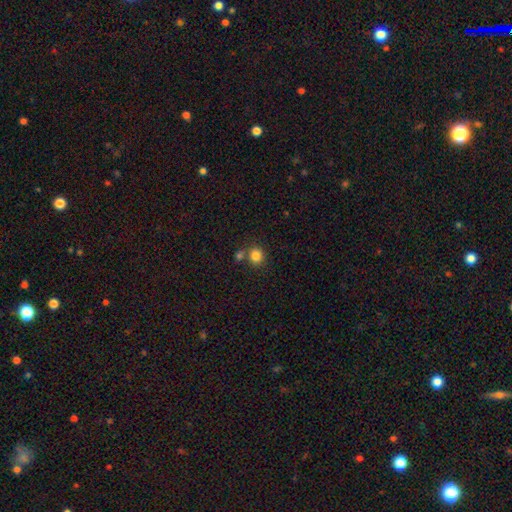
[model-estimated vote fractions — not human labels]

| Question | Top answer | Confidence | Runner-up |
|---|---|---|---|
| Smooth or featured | smooth | 83% | star or artifact (11%) |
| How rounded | round | 83% | in between (16%) |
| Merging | none | 64% | merger (23%) |